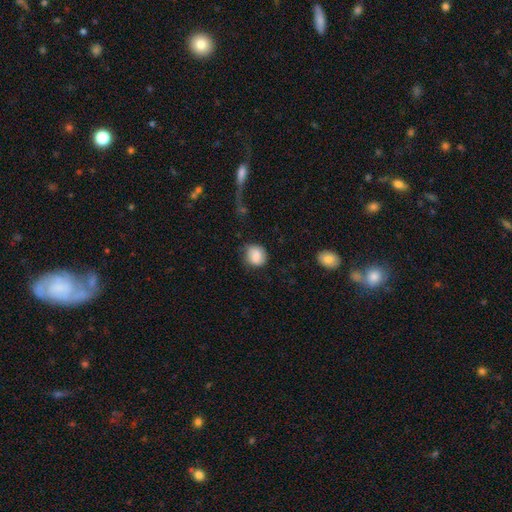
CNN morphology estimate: A smooth galaxy with no disk features (79%) that is round (77%).

Vote fractions:
- Smooth or featured? smooth: 79% / featured or disk: 13% / star or artifact: 8%
- How rounded? round: 77% / in between: 22% / cigar-shaped: 1%
- Merging? none: 68% / minor disturbance: 22% / major disturbance: 8% / merger: 3%